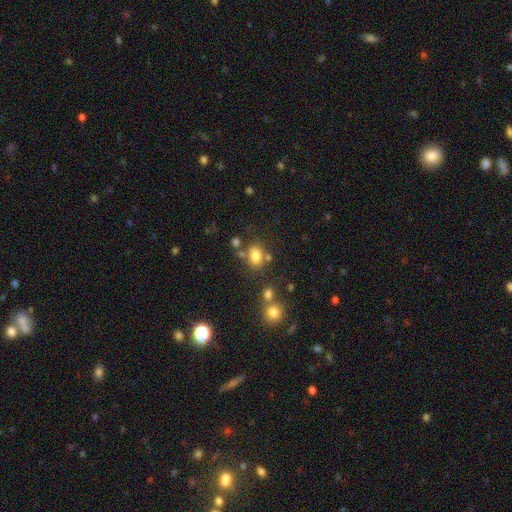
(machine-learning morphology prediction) smooth-or-featured: smooth: 78% | star or artifact: 13% | featured or disk: 9%
  how-rounded: in between: 65% | round: 34% | cigar-shaped: 1%
  merging: none: 62% | merger: 17% | minor disturbance: 15% | major disturbance: 6%